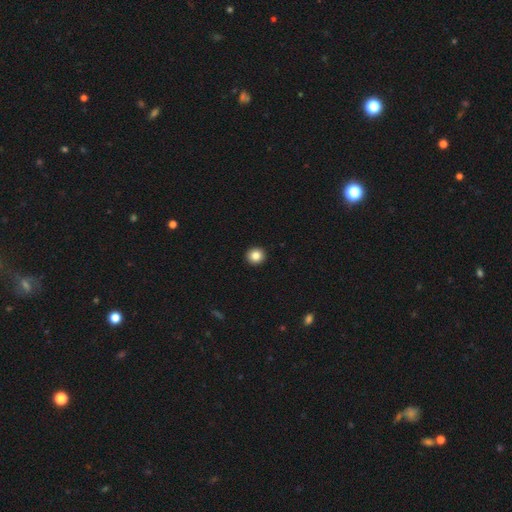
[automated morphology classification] Smooth or featured? Predicted: smooth (p=0.85). How rounded? Predicted: round (p=0.93). Merging? Predicted: none (p=0.94).